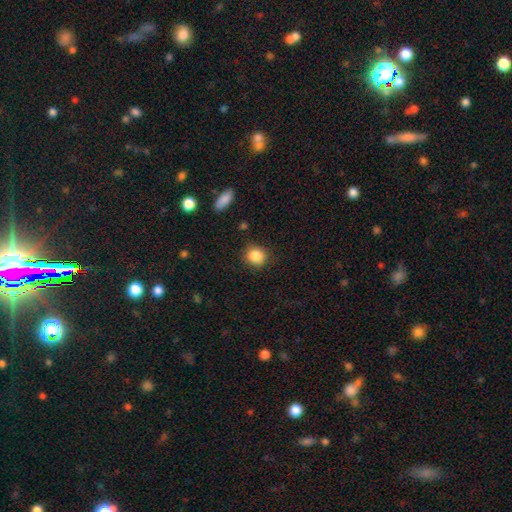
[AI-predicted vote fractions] Smooth or featured? smooth (87%)
How rounded? round (81%)
Merging? none (85%)